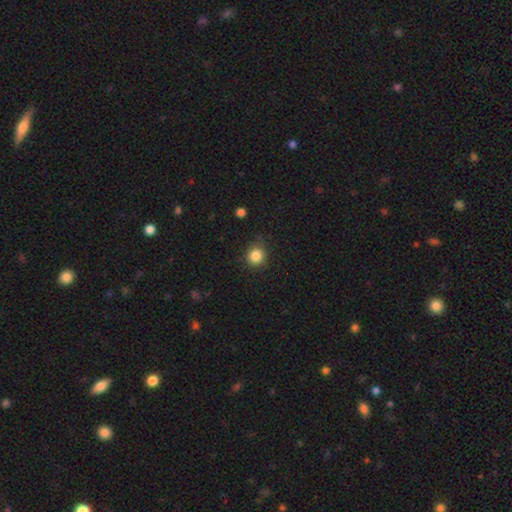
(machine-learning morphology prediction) Smooth or featured? smooth (85%)
How rounded? round (86%)
Merging? none (83%)